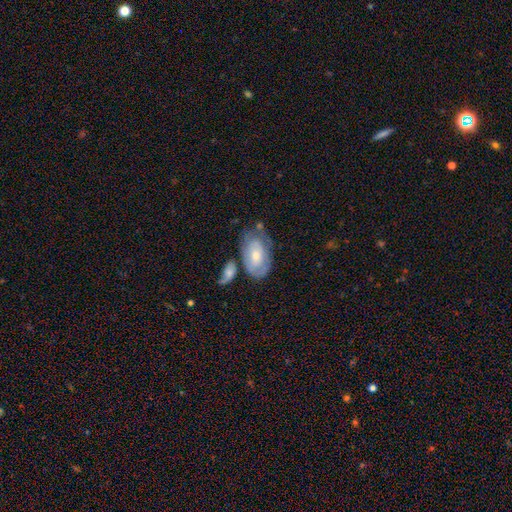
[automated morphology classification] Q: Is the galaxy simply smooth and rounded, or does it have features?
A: smooth — 47%, tied with featured or disk.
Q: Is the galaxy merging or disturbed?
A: none — 47%.